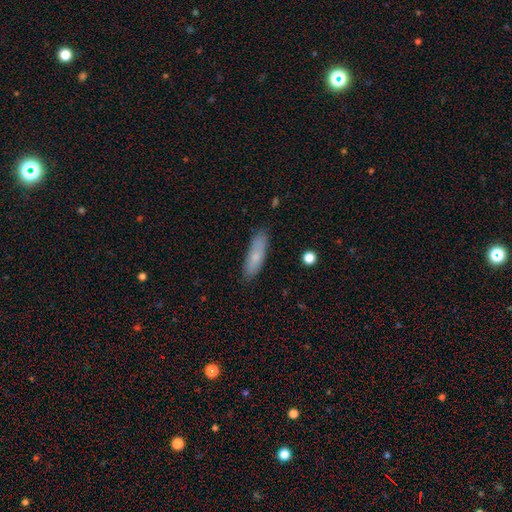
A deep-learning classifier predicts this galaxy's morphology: The model was most divided on "how rounded": cigar-shaped: 55%, in between: 43%, round: 2%. More confident: merging — none (83%); smooth or featured — smooth (75%).